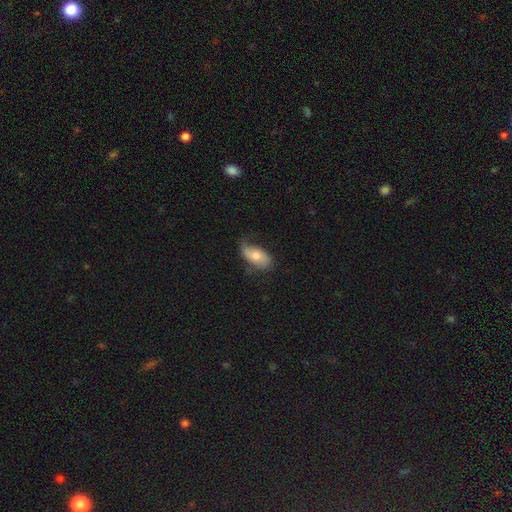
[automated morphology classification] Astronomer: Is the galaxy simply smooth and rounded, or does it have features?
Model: smooth — 55% (runner-up: featured or disk, 38%).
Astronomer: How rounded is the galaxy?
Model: in between — 92%.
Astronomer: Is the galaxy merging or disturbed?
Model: none — 49% (runner-up: minor disturbance, 32%).